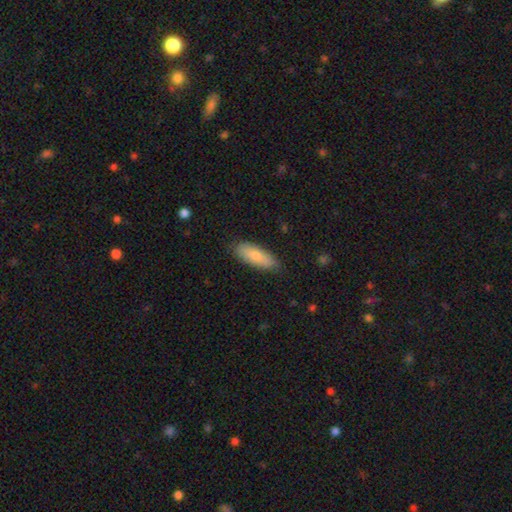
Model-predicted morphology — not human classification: Smooth or featured? Predicted: smooth (p=0.77). How rounded? Predicted: in between (p=0.72). Merging? Predicted: none (p=0.81).